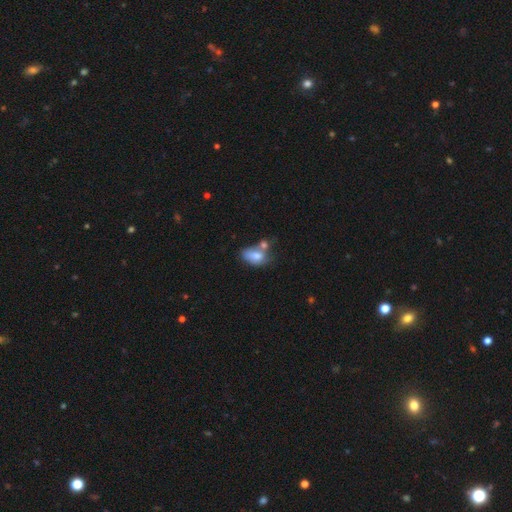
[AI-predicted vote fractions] smooth 76%, featured or disk 16%, star or artifact 8%. Down the decision tree: how rounded — in between (89%); merging — merger (37%).